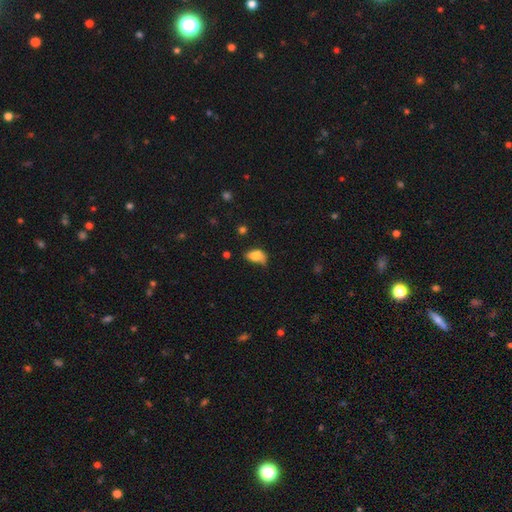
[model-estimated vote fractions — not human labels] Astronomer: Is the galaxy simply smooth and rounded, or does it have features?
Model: smooth — 79%.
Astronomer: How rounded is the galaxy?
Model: in between — 87%.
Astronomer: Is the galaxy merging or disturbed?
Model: minor disturbance — 43% (runner-up: none, 35%).